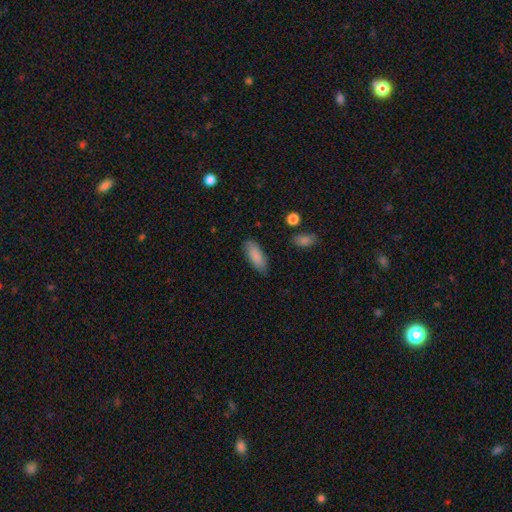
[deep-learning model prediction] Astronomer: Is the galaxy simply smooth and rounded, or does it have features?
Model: smooth — 88%.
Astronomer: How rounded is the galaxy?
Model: in between — 74%.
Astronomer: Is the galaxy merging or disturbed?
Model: none — 84%.